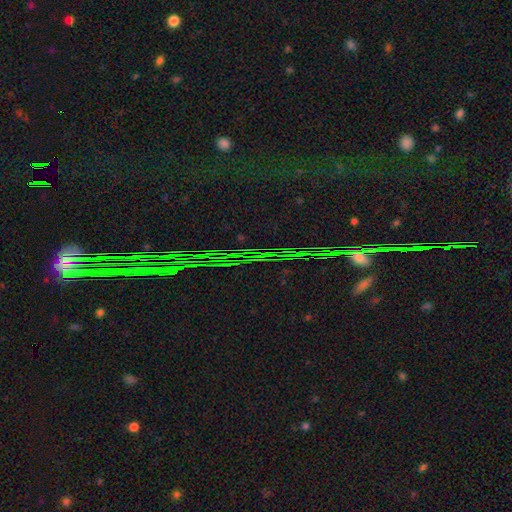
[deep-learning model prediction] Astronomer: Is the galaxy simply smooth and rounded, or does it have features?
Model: star or artifact — 81%.